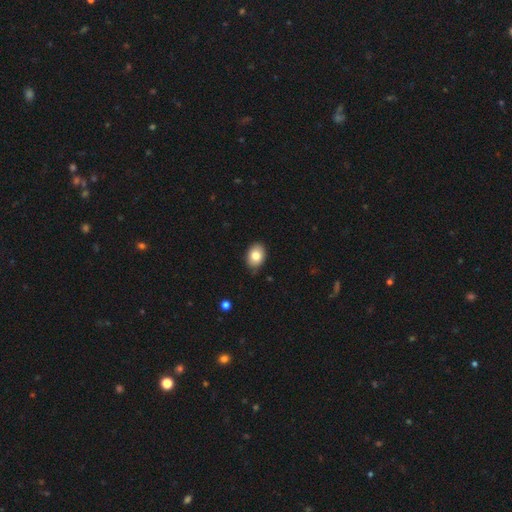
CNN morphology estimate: A smooth galaxy with no disk features (82%) that is in between round and cigar-shaped (76%).

Vote fractions:
- Smooth or featured? smooth: 82% / featured or disk: 10% / star or artifact: 8%
- How rounded? in between: 76% / round: 23% / cigar-shaped: 1%
- Merging? none: 83% / minor disturbance: 14% / major disturbance: 2% / merger: 1%